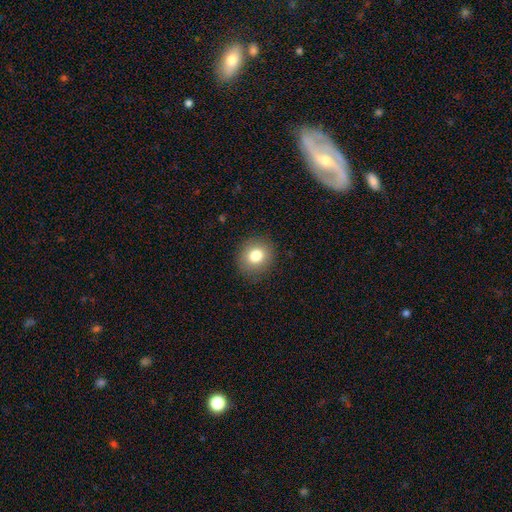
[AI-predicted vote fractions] This is clearly a smooth galaxy (81%). How rounded: likely round (79%). Merging: clearly none (88%).